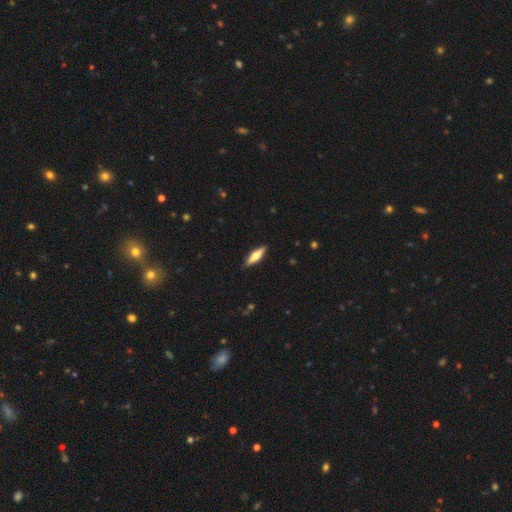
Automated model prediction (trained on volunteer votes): smooth-or-featured: smooth: 50% | featured or disk: 44% | star or artifact: 6%
  merging: none: 89% | minor disturbance: 8% | major disturbance: 2% | merger: 1%